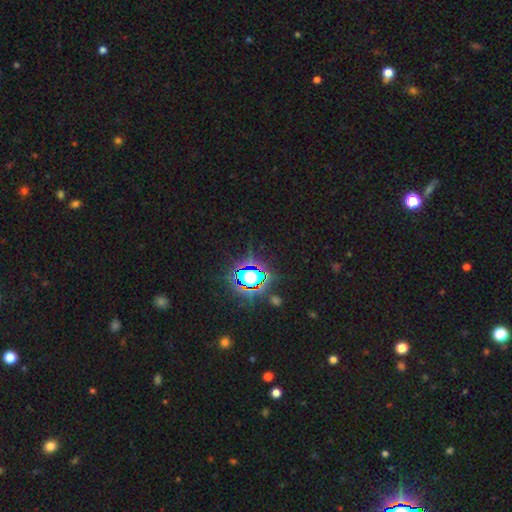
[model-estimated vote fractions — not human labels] Smooth or featured: star or artifact — 83% (smooth — 11%)